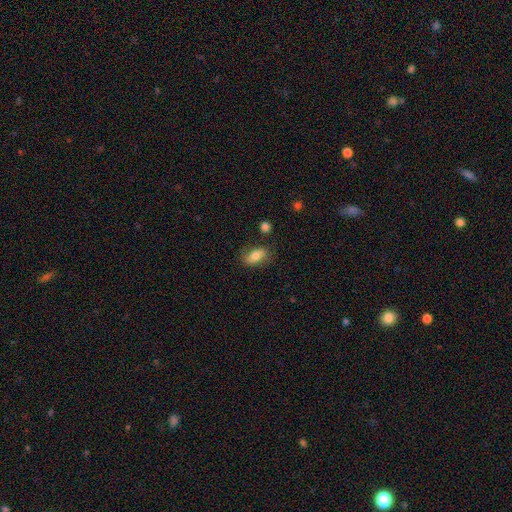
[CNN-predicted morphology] This appears to be a smooth galaxy with no disk features (76%) that is in between round and cigar-shaped (87%). Merging: none (76%).